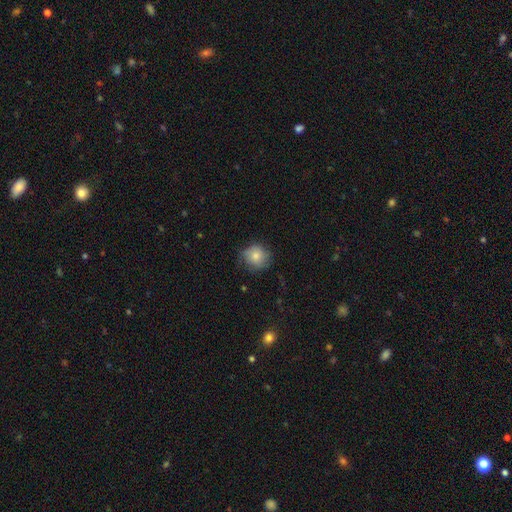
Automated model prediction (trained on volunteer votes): This appears to be a smooth galaxy with no disk features (78%) that is round (80%). Merging: none (69%).